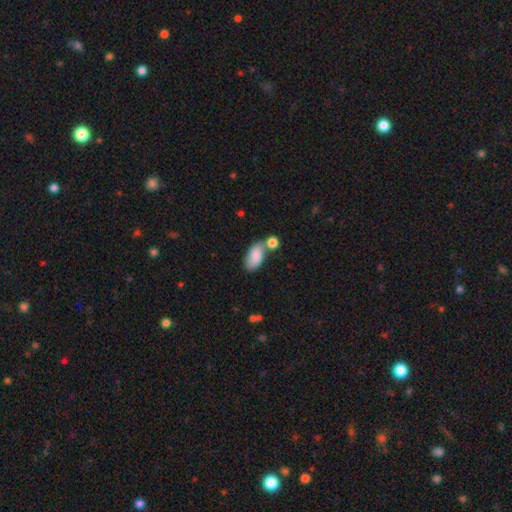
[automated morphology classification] smooth 78%, featured or disk 15%, star or artifact 7%. Down the decision tree: how rounded — in between (91%); merging — none (45%).